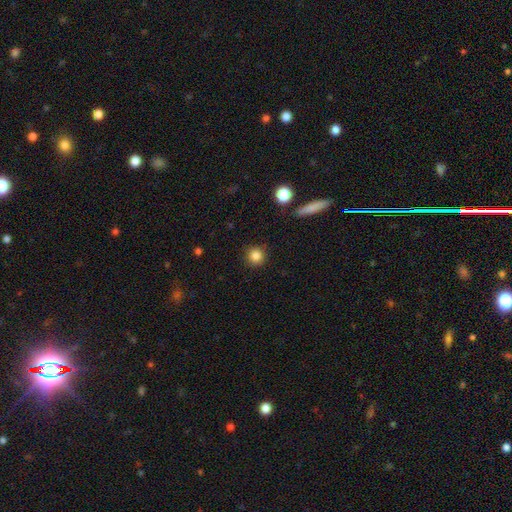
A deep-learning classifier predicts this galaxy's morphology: smooth 85%, star or artifact 11%, featured or disk 4%. Down the decision tree: how rounded — round (94%); merging — none (90%).